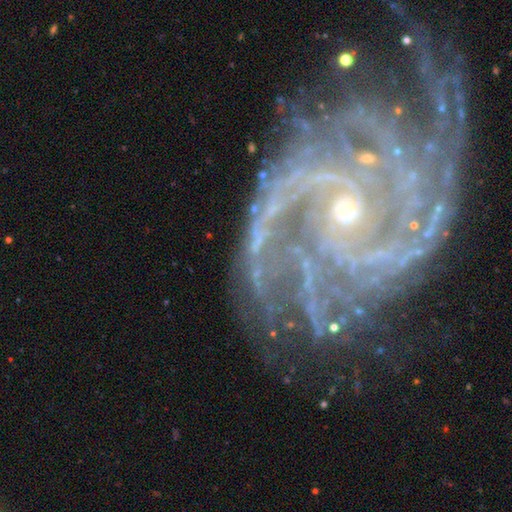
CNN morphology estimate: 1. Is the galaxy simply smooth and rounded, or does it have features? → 91% featured or disk, 6% star or artifact, 3% smooth.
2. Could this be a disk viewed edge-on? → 98% no, 2% yes.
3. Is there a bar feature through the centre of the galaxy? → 68% no, 23% weak, 9% strong.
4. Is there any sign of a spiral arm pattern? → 98% yes, 2% no.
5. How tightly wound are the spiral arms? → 54% tight, 37% medium, 9% loose.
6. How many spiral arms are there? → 23% 2, 18% 3, 17% can't tell, 17% more than 4, 15% 4, 10% 1.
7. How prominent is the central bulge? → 60% small, 36% moderate, 2% large, 1% none, 1% dominant.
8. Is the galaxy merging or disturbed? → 67% none, 18% minor disturbance, 12% major disturbance, 2% merger.